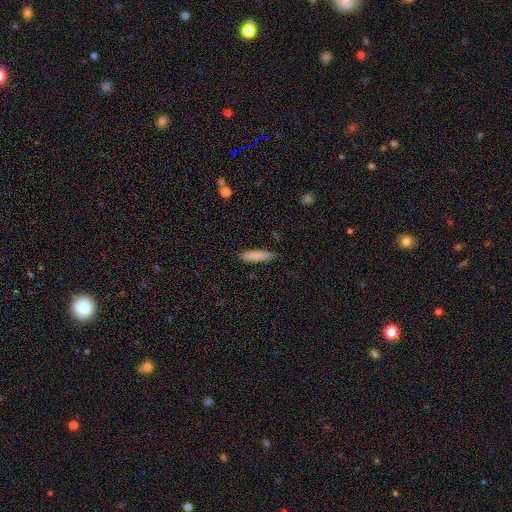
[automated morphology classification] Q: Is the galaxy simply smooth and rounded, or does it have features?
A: smooth — 84%.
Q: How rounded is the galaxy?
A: cigar-shaped — 86%.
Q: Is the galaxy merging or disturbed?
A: none — 83%.